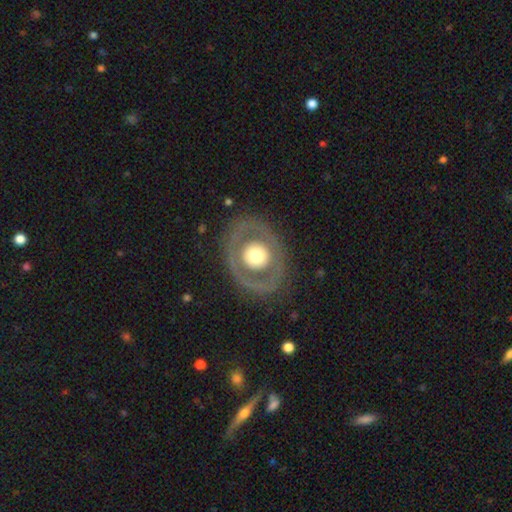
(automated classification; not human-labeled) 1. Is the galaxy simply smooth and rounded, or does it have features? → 54% featured or disk, 40% smooth, 6% star or artifact.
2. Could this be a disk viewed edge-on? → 94% no, 6% yes.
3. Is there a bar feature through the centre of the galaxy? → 89% no, 7% weak, 4% strong.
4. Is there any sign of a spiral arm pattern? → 88% no, 12% yes.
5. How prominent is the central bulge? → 47% moderate, 42% large, 6% dominant, 4% small, 1% none.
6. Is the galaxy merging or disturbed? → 79% none, 11% minor disturbance, 9% major disturbance, 1% merger.